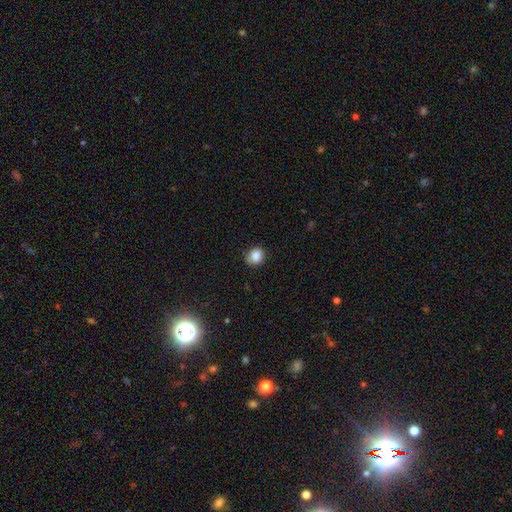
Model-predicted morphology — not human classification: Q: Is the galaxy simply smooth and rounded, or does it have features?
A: smooth — 85%.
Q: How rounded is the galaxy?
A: round — 64%.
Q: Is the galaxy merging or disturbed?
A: none — 75%.